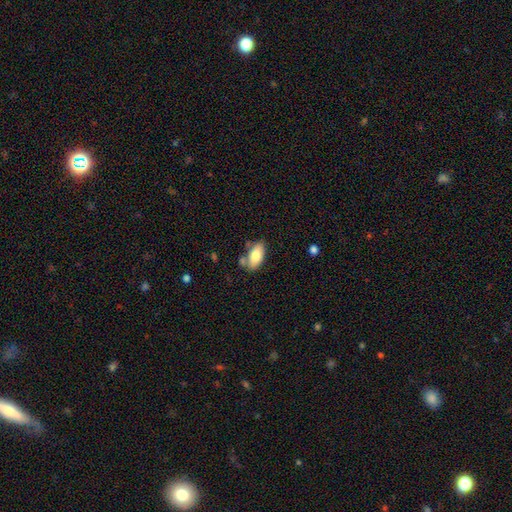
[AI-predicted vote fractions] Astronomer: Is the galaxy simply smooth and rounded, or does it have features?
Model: smooth — 76%.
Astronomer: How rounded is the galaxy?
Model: in between — 90%.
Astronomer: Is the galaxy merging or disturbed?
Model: none — 67%.